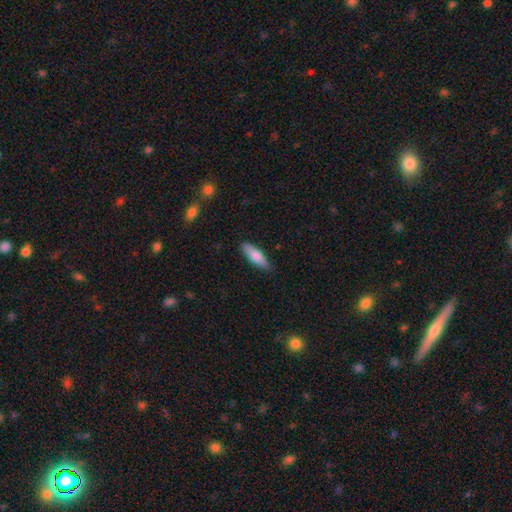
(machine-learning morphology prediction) smooth 75%, featured or disk 19%, star or artifact 6%. Down the decision tree: how rounded — cigar-shaped (55%); merging — none (85%).